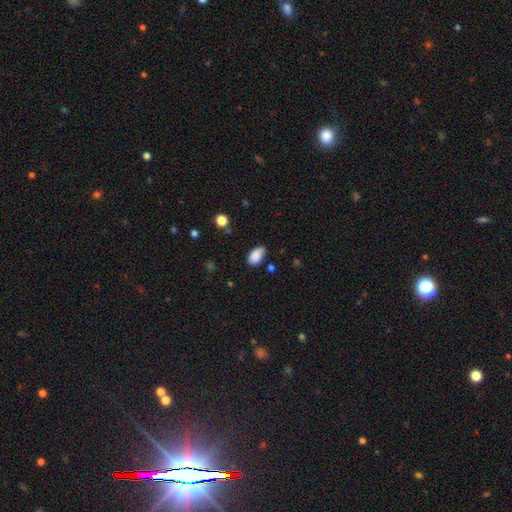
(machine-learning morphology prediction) smooth 85%, star or artifact 8%, featured or disk 7%. Down the decision tree: how rounded — in between (93%); merging — none (66%).